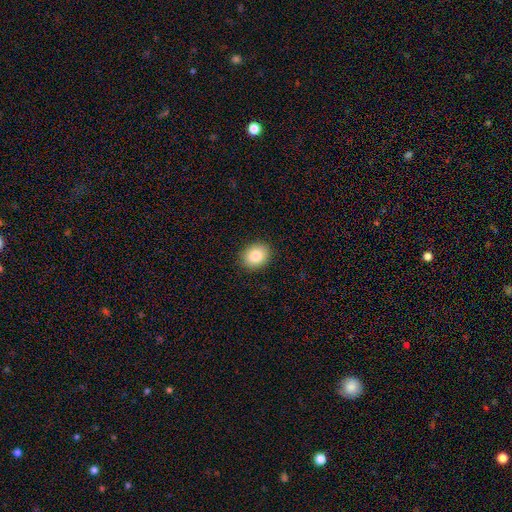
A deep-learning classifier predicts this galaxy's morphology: Overall: smooth (85%). How rounded: in between (52%; round 47%). Merging: none (90%).